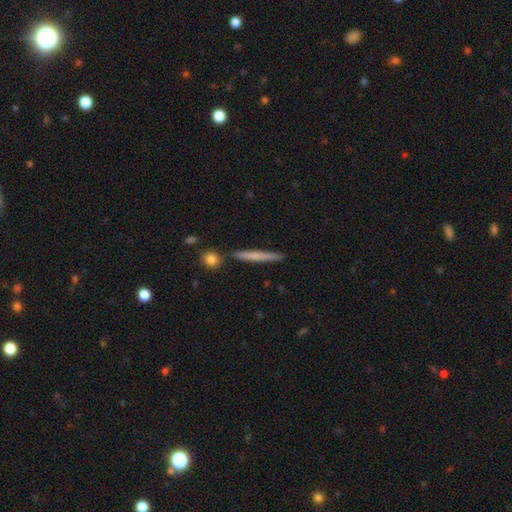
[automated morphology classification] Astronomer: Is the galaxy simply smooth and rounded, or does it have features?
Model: smooth — 63%.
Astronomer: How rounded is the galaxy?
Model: cigar-shaped — 96%.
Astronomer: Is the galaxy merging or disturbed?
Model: none — 86%.